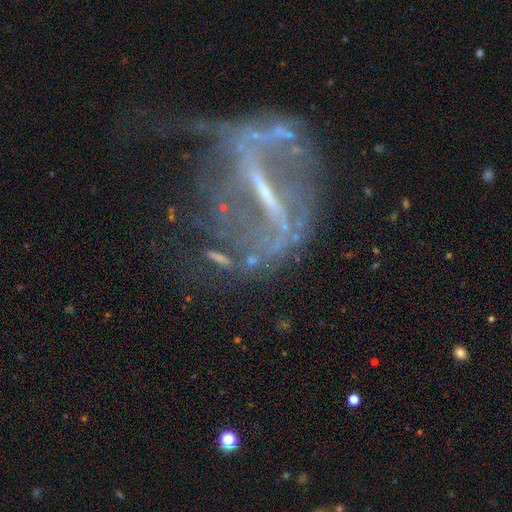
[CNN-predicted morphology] This is clearly a featured or disk galaxy (81%). It is clearly not viewed edge-on (89%). Bar: likely strong (72%). Spiral arm pattern: likely yes (74%). Spiral arm count: likely 2 (63%). Spiral winding: possibly loose (50%). Central bulge: possibly small (52%). Merging: possibly none (49%).